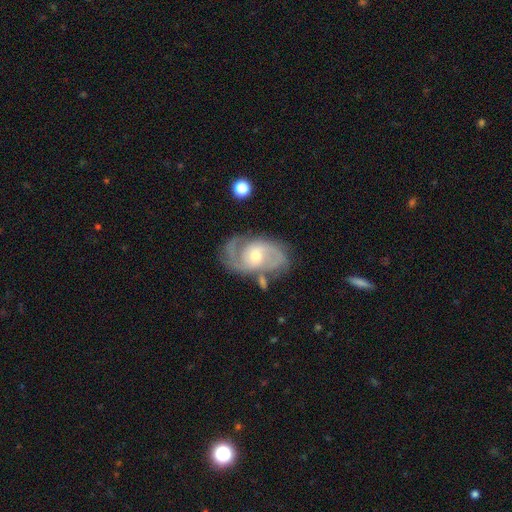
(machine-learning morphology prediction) smooth_or_featured: featured or disk (p=0.88) [alt: smooth p=0.07]
disk_edge_on: no (p=0.96) [alt: yes p=0.04]
bar: no (p=0.52) [alt: weak p=0.39]
has_spiral_arms: yes (p=0.97) [alt: no p=0.03]
spiral_winding: medium (p=0.52) [alt: tight p=0.35]
spiral_arm_count: 2 (p=0.76) [alt: 3 p=0.11]
bulge_size: moderate (p=0.61) [alt: small p=0.33]
merging: none (p=0.69) [alt: minor disturbance p=0.18]